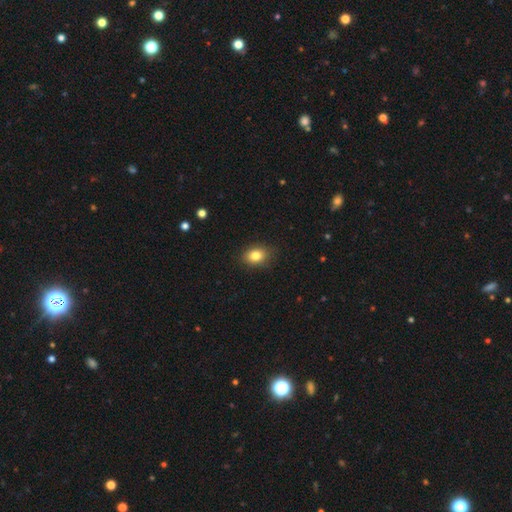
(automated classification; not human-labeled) Overall: smooth (83%). How rounded: in between (66%; round 33%). Merging: none (85%).